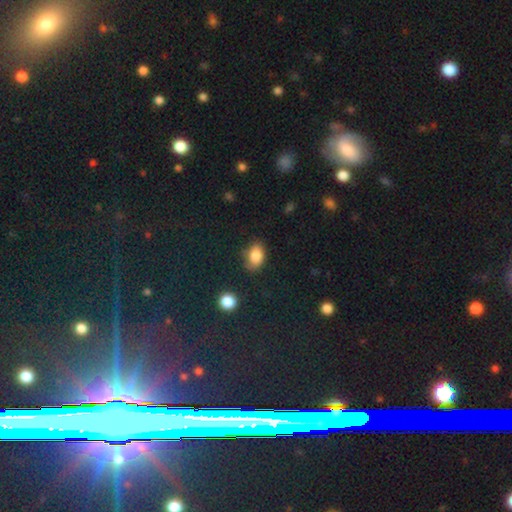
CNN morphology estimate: Overall: smooth (84%). How rounded: in between (82%). Merging: none (69%).